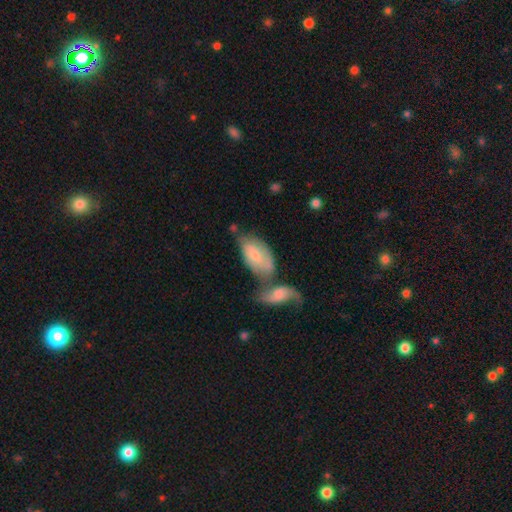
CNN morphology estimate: This is likely a smooth galaxy (61%). How rounded: clearly in between (92%). Merging: possibly merger (52%).